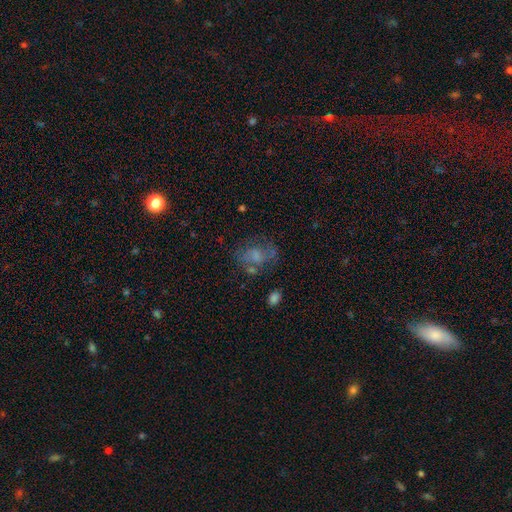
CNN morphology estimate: Smooth or featured? smooth (43%)
Merging? none (48%)